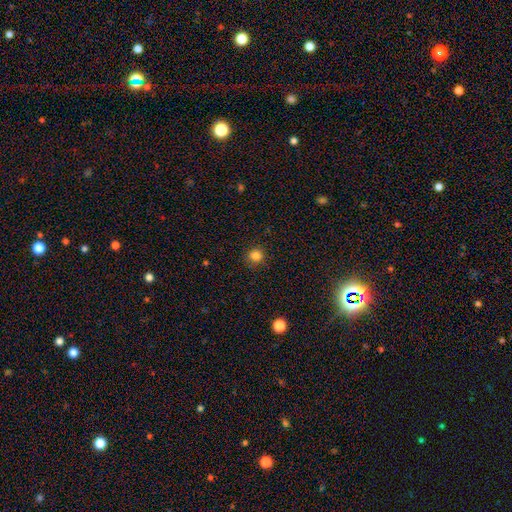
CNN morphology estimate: Smooth or featured?
  - smooth: 84% *
  - star or artifact: 13%
  - featured or disk: 4%
How rounded?
  - round: 91% *
  - in between: 8%
  - cigar-shaped: 1%
Merging?
  - none: 88% *
  - minor disturbance: 8%
  - major disturbance: 2%
  - merger: 1%